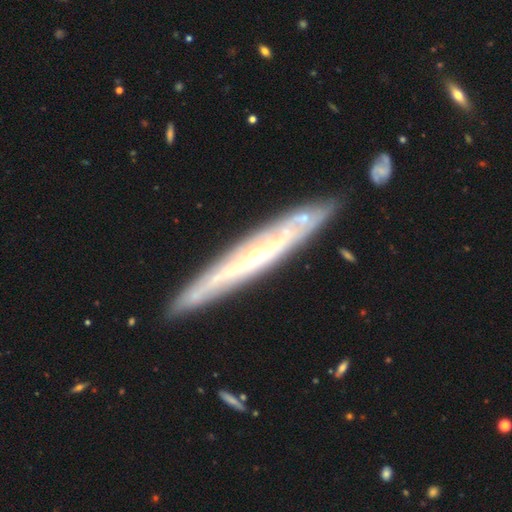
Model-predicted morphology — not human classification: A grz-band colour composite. It shows a featured or disk galaxy (80%) viewed edge-on (75%) with a rounded central bulge (53%). Merging: none (83%).